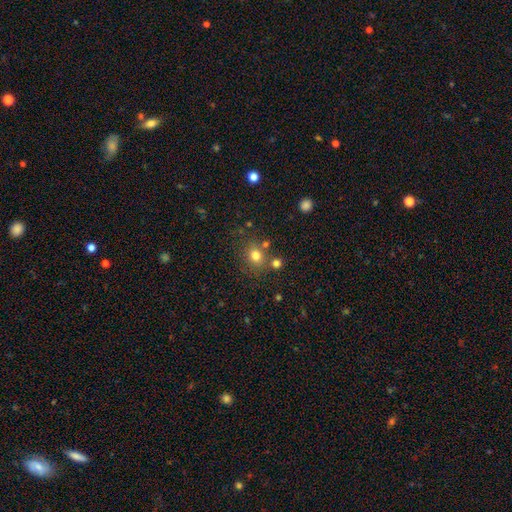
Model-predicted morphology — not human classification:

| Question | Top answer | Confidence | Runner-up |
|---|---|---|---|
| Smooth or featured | smooth | 76% | star or artifact (15%) |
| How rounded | round | 73% | in between (26%) |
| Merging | none | 73% | merger (12%) |